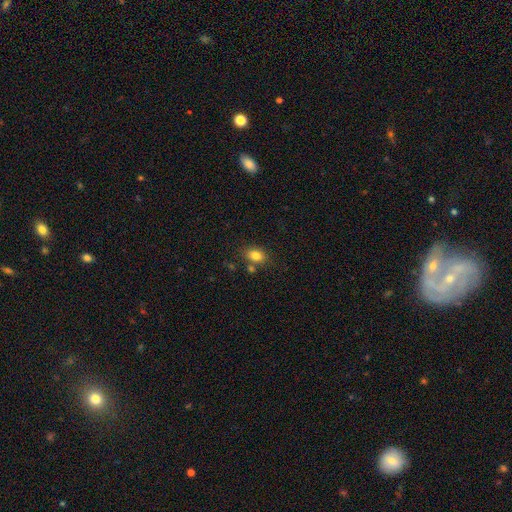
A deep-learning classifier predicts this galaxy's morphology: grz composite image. It shows a smooth galaxy with no disk features (82%) that is in between round and cigar-shaped (77%). Merging: none (72%).